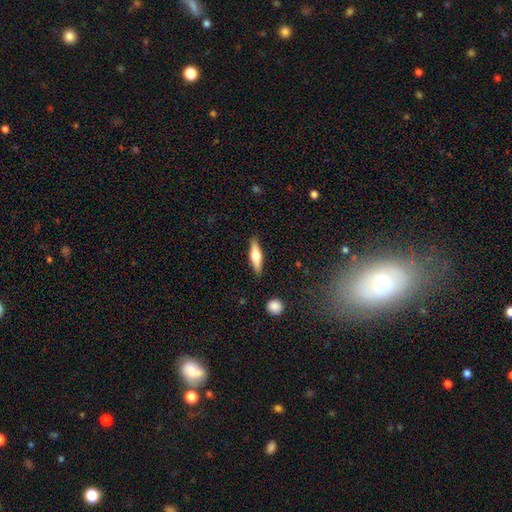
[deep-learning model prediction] smooth 54%, featured or disk 41%, star or artifact 6%. Down the decision tree: how rounded — cigar-shaped (67%); merging — none (87%).